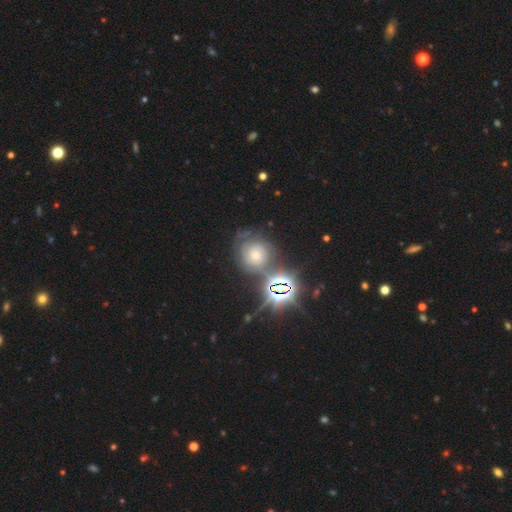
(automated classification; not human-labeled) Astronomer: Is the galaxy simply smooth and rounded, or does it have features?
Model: star or artifact — 46% (runner-up: featured or disk, 31%).